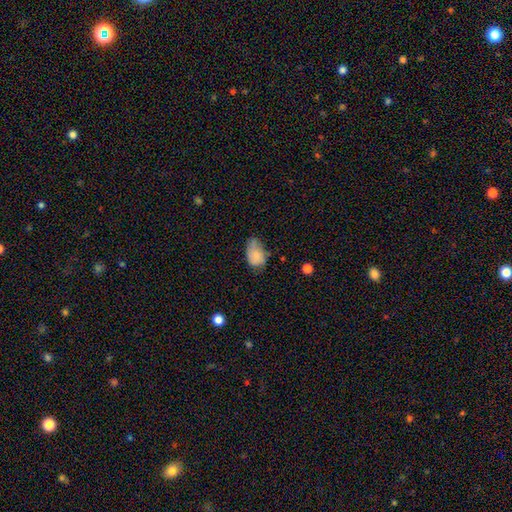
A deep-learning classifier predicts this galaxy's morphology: A smooth galaxy with no disk features (76%) that is in between round and cigar-shaped (83%). Merging: minor disturbance (42%).